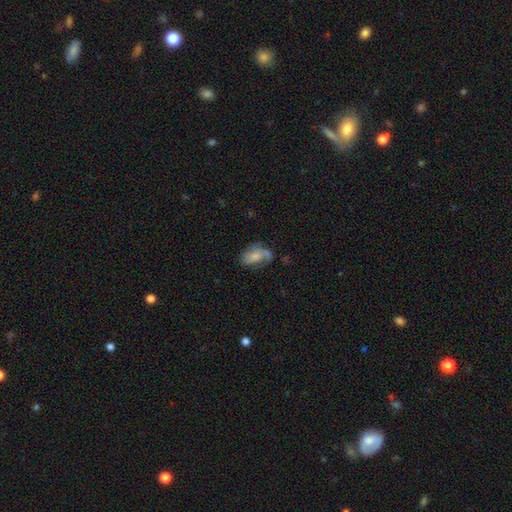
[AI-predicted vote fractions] A smooth galaxy with no disk features (47%). Merging: none (44%).